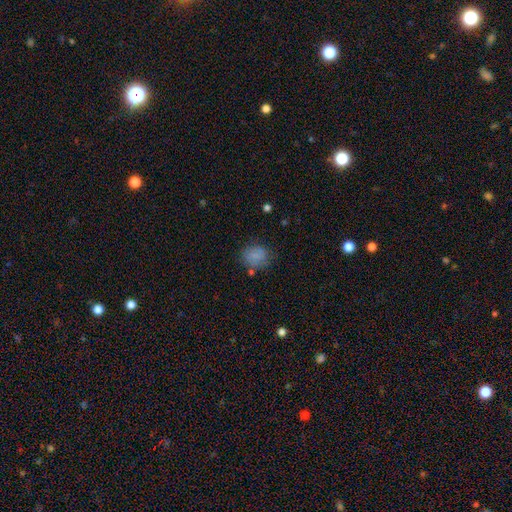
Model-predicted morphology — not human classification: A smooth galaxy with no disk features (78%) that is round (71%).

Vote fractions:
- Smooth or featured? smooth: 78% / featured or disk: 12% / star or artifact: 10%
- How rounded? round: 71% / in between: 28% / cigar-shaped: 1%
- Merging? none: 71% / minor disturbance: 19% / major disturbance: 7% / merger: 4%